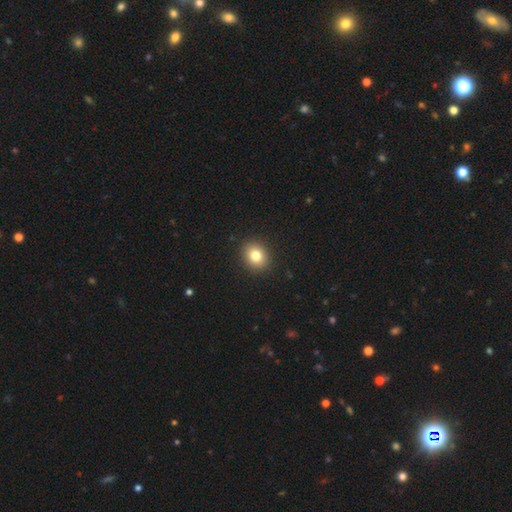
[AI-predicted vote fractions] This is clearly a smooth galaxy (81%). How rounded: likely round (65%). Merging: clearly none (91%).